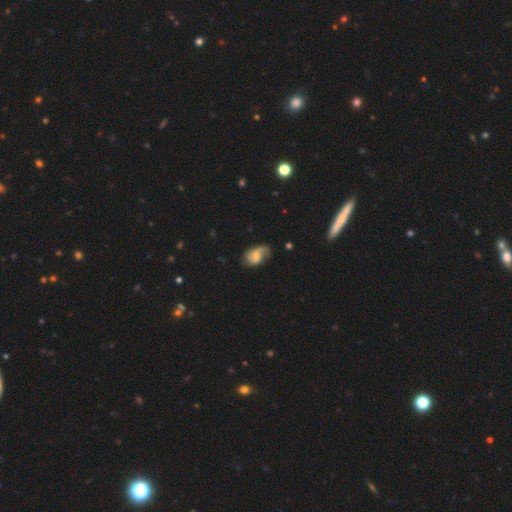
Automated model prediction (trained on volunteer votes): featured or disk 64%, smooth 29%, star or artifact 7%. Down the decision tree: edge-on disk — no (97%); bar — no (49%); spiral arms — yes (91%); spiral arm count — 2 (59%); spiral winding — loose (43%); bulge size — none (30%, tied with small); merging — none (54%).